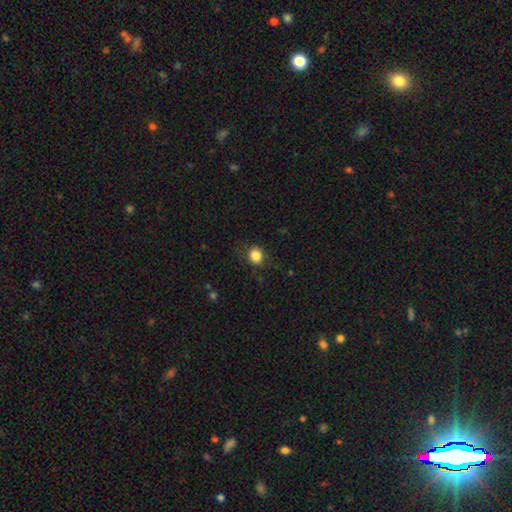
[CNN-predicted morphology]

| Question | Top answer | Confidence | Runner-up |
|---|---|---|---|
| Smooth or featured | smooth | 85% | star or artifact (11%) |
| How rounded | round | 81% | in between (18%) |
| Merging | none | 83% | minor disturbance (12%) |